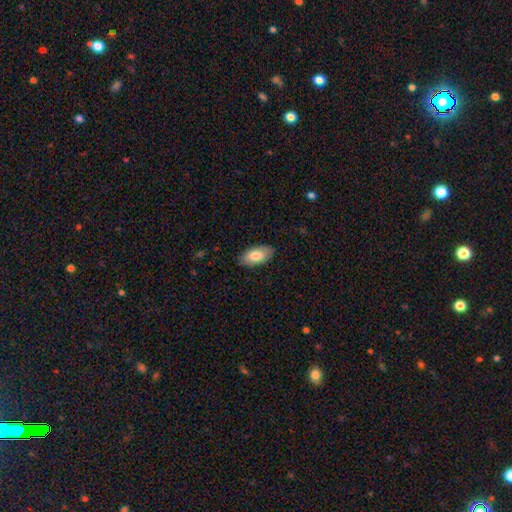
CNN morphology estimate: Smooth or featured?
  - smooth: 80% *
  - featured or disk: 14%
  - star or artifact: 6%
How rounded?
  - in between: 93% *
  - cigar-shaped: 4%
  - round: 2%
Merging?
  - none: 86% *
  - minor disturbance: 11%
  - major disturbance: 2%
  - merger: 1%